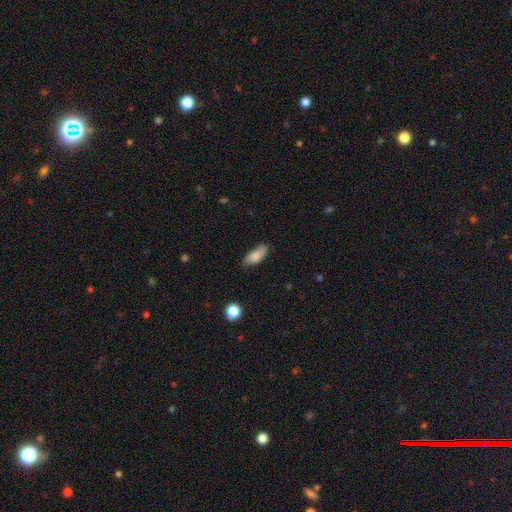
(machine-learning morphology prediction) Smooth or featured? Predicted: smooth (p=0.80). How rounded? Predicted: in between (p=0.82). Merging? Predicted: none (p=0.69).